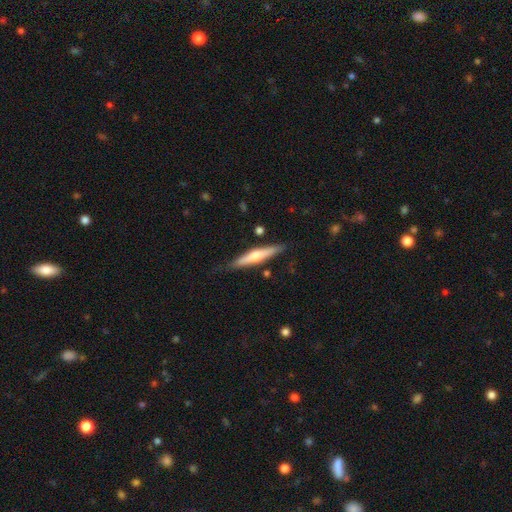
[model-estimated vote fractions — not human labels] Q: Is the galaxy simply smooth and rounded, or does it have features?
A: featured or disk — 54%.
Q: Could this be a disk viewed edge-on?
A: yes — 95%.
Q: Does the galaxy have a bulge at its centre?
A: rounded — 82%.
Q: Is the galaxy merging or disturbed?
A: none — 81%.